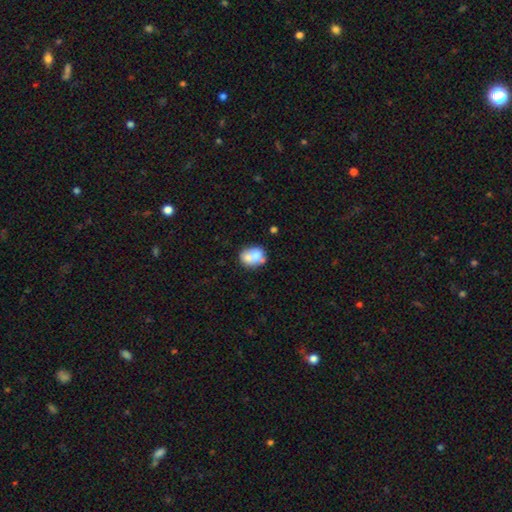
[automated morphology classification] Smooth or featured: smooth — 68% (featured or disk — 24%)
How rounded: in between — 54% (round — 45%)
Merging: merger — 42% (none — 37%)